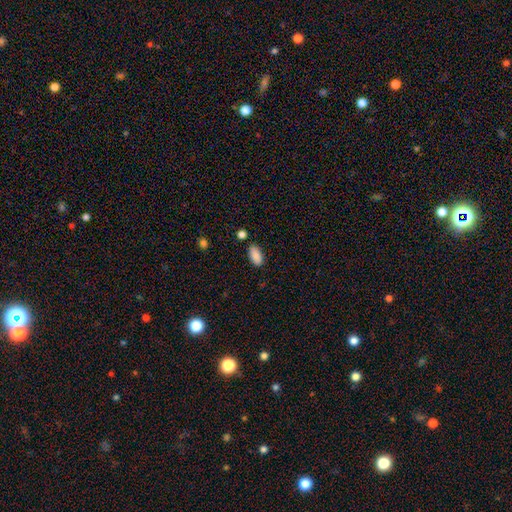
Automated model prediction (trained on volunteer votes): Smooth or featured: smooth — 89% (star or artifact — 7%)
How rounded: in between — 92% (cigar-shaped — 6%)
Merging: none — 81% (minor disturbance — 12%)